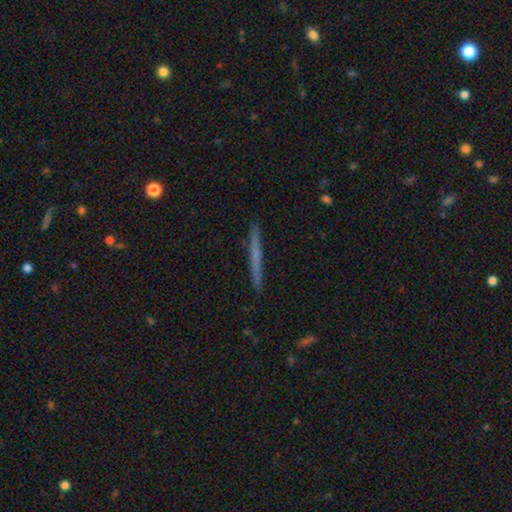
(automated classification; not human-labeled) Q: Smooth or featured?
A: featured or disk (49%); runner-up: smooth (45%)
Q: Merging?
A: none (92%); runner-up: minor disturbance (6%)